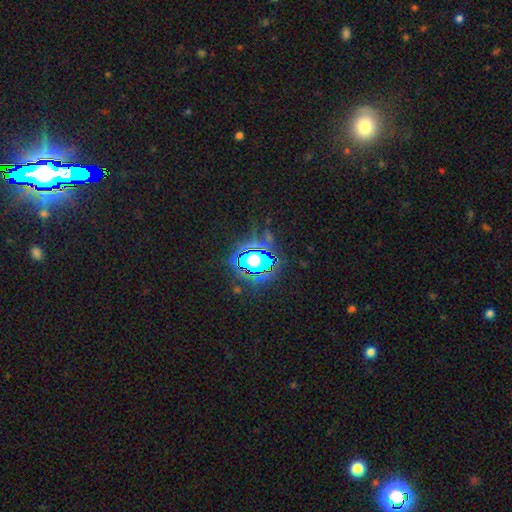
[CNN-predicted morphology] Q: Smooth or featured?
A: star or artifact (80%); runner-up: smooth (12%)